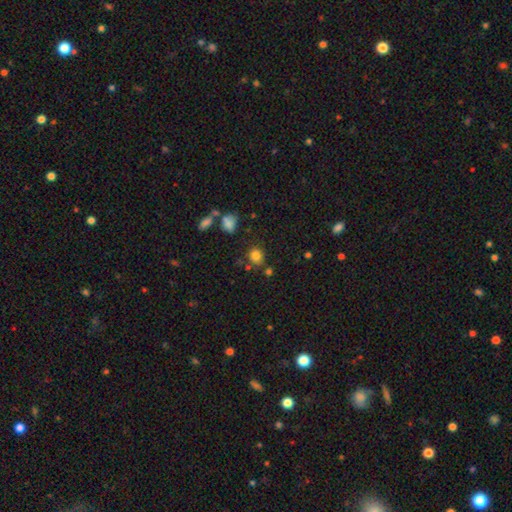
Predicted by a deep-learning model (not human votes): Overall: smooth (80%). How rounded: round (74%). Merging: none (73%).